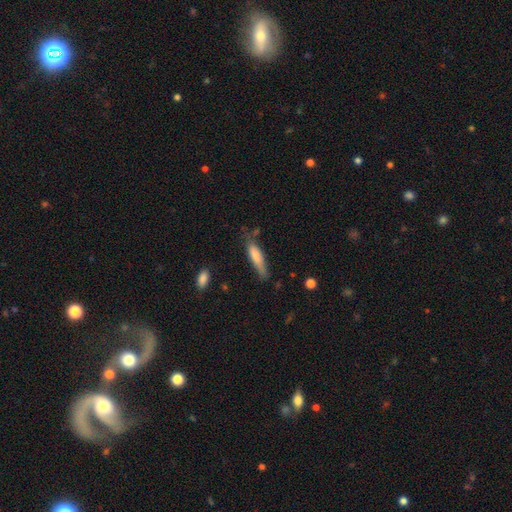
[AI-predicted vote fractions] Smooth or featured? Predicted: smooth (p=0.74). How rounded? Predicted: cigar-shaped (p=0.76). Merging? Predicted: none (p=0.56).